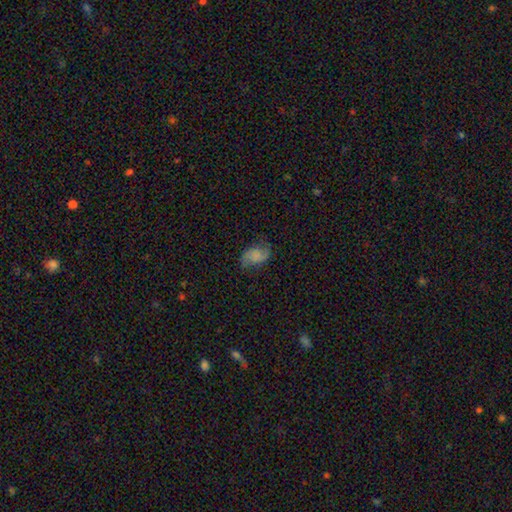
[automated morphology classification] A featured or disk galaxy (60%) with no bar (63%), 2 (91%) loose (56%) spiral arms (92%) and no central bulge (61%). Merging: none (71%).